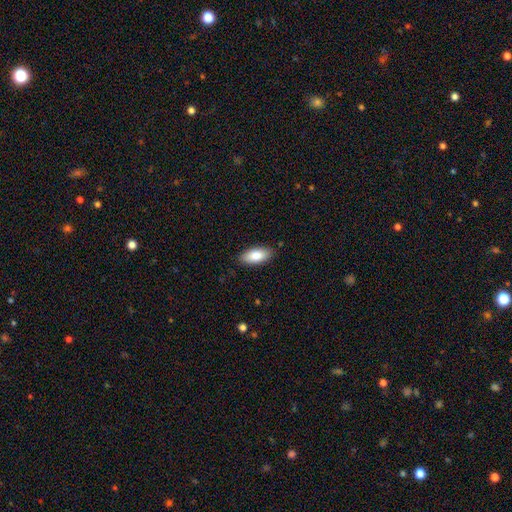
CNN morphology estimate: Smooth or featured? Predicted: smooth (p=0.84). How rounded? Predicted: in between (p=0.86). Merging? Predicted: none (p=0.87).